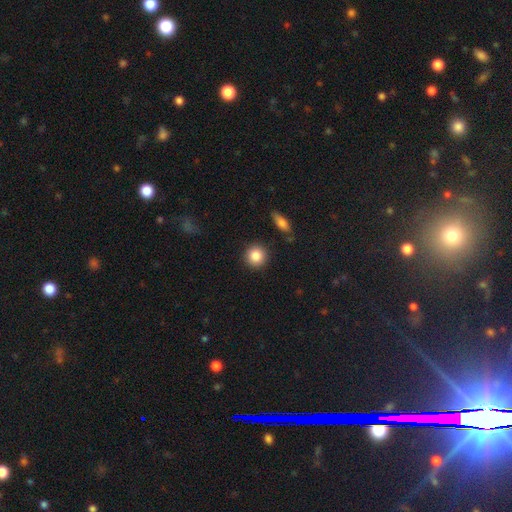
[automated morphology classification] Smooth or featured: smooth — 86% (star or artifact — 8%)
How rounded: round — 92% (in between — 7%)
Merging: none — 89% (minor disturbance — 6%)